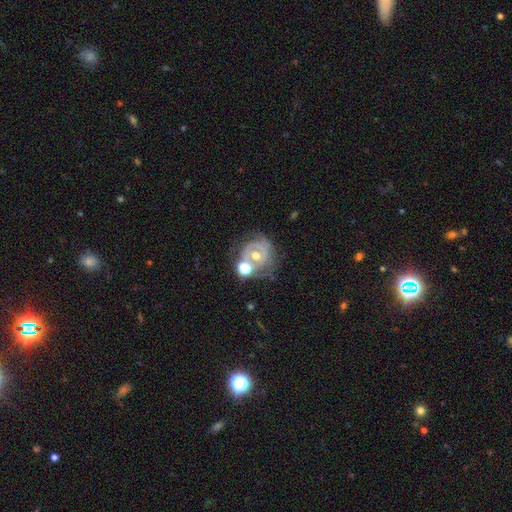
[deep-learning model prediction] featured or disk 68%, smooth 21%, star or artifact 11%. Down the decision tree: edge-on disk — no (97%); bar — no (67%); spiral arms — yes (75%); bulge size — moderate (65%); merging — none (46%).